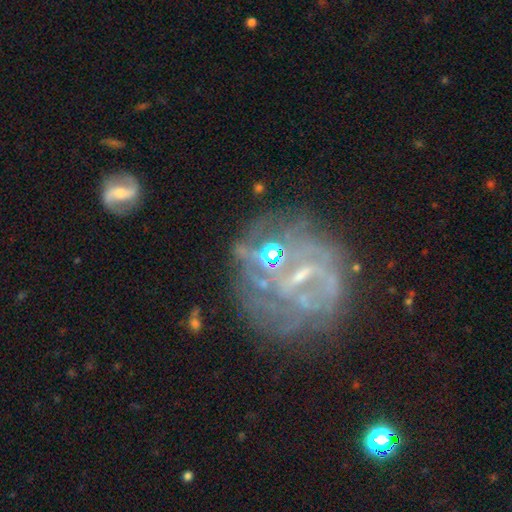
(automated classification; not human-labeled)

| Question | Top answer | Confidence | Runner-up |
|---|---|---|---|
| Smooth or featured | featured or disk | 69% | star or artifact (18%) |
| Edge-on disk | no | 97% | yes (3%) |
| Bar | weak | 41% | tied: no (41%) |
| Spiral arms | yes | 55% | no (45%) |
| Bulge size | small | 44% | none (27%) |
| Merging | none | 52% | major disturbance (22%) |